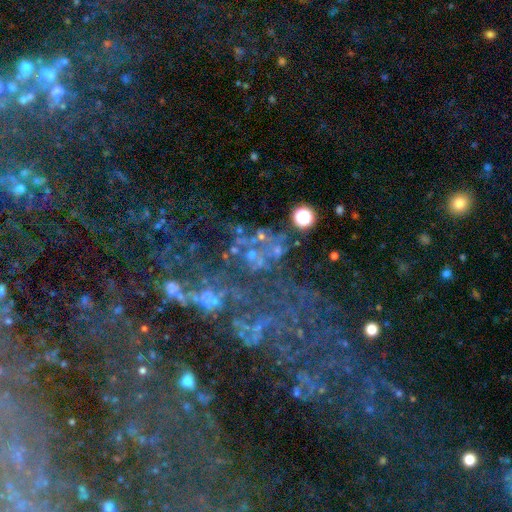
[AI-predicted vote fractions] Q: Smooth or featured?
A: featured or disk (41%); runner-up: star or artifact (38%)
Q: Merging?
A: none (48%); runner-up: major disturbance (22%)